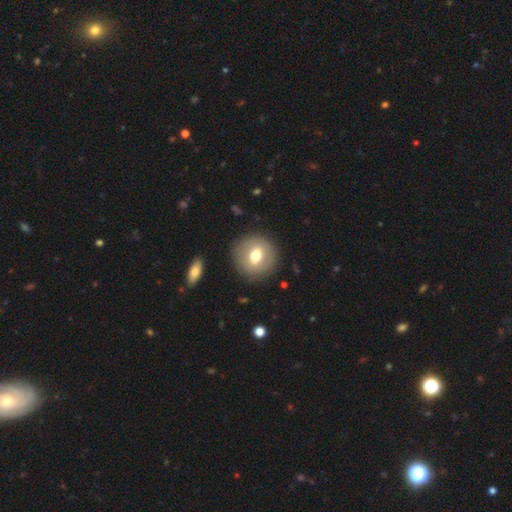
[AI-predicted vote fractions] Morphology: type=smooth (64%); roundness=round (88%); merging=none (88%).